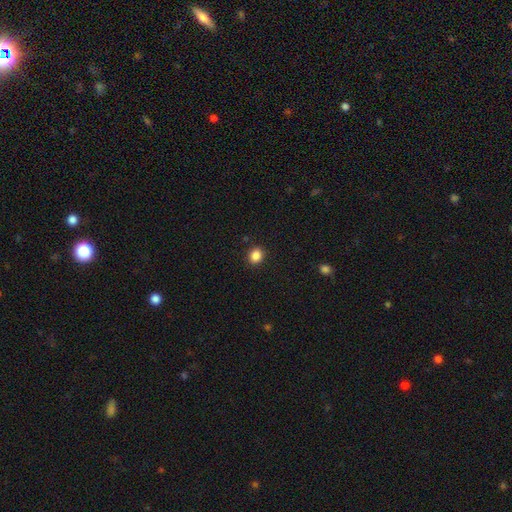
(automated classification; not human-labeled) Smooth or featured? Predicted: smooth (p=0.86). How rounded? Predicted: round (p=0.67). Merging? Predicted: none (p=0.91).